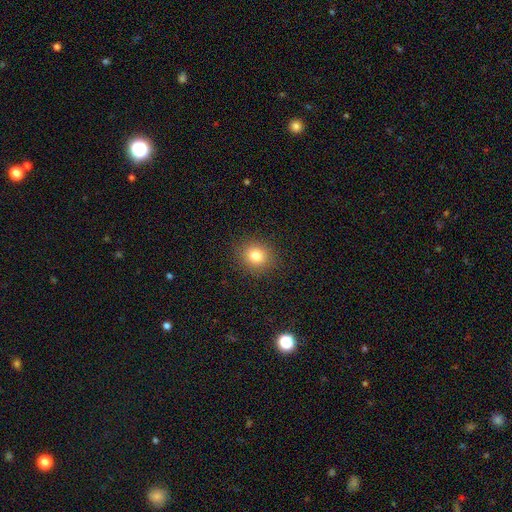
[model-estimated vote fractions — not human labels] Smooth or featured? Predicted: smooth (p=0.80). How rounded? Predicted: round (p=0.79). Merging? Predicted: none (p=0.90).